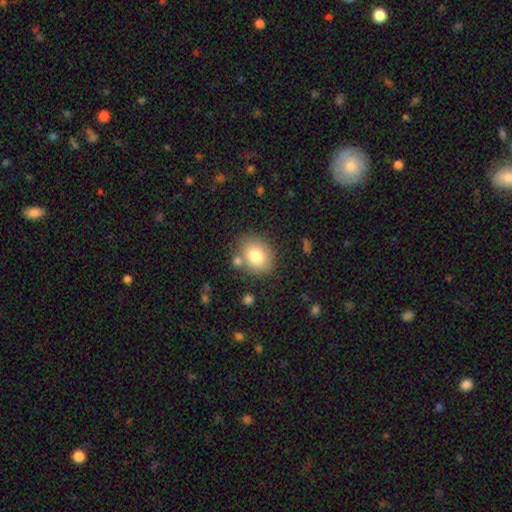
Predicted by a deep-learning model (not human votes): Morphology: type=smooth (79%); roundness=round (55%); merging=none (73%).